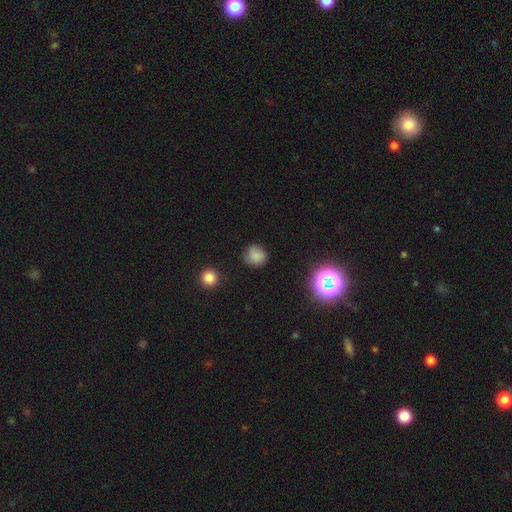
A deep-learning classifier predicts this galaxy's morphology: Smooth or featured? Predicted: smooth (p=0.78). How rounded? Predicted: round (p=0.87). Merging? Predicted: none (p=0.78).